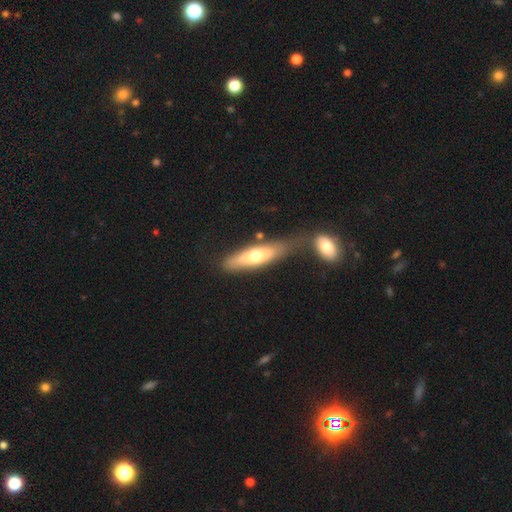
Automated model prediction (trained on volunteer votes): A smooth galaxy with no disk features (57%) that is cigar-shaped (64%). Merging: none (55%).